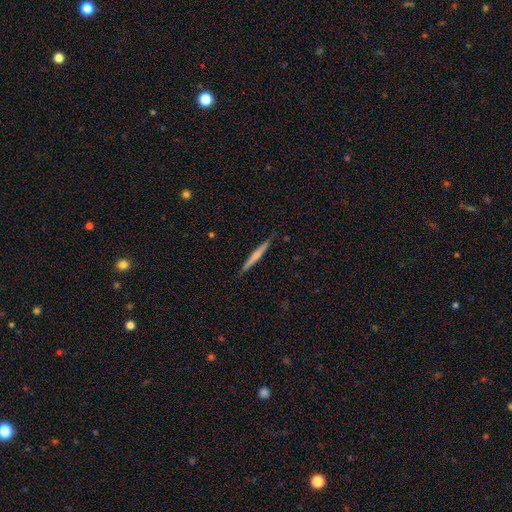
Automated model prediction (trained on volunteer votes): Smooth or featured?
  - smooth: 53% *
  - featured or disk: 41%
  - star or artifact: 5%
How rounded?
  - cigar-shaped: 96% *
  - in between: 2%
  - round: 1%
Merging?
  - none: 88% *
  - minor disturbance: 9%
  - major disturbance: 2%
  - merger: 1%